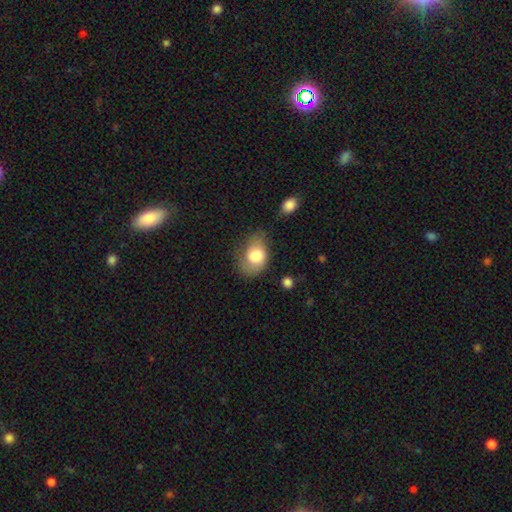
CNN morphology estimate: Smooth or featured: smooth — 71% (featured or disk — 22%)
How rounded: in between — 76% (round — 23%)
Merging: none — 47% (minor disturbance — 34%)